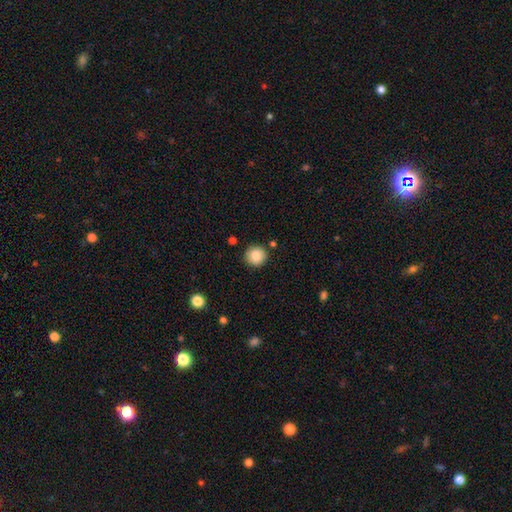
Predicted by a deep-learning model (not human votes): A smooth galaxy with no disk features (83%) that is round (93%). Merging: none (89%).